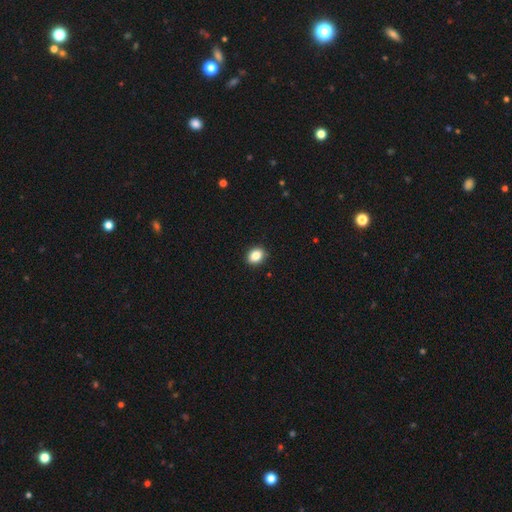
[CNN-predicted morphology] Smooth or featured? Predicted: smooth (p=0.86). How rounded? Predicted: in between (p=0.63). Merging? Predicted: none (p=0.90).